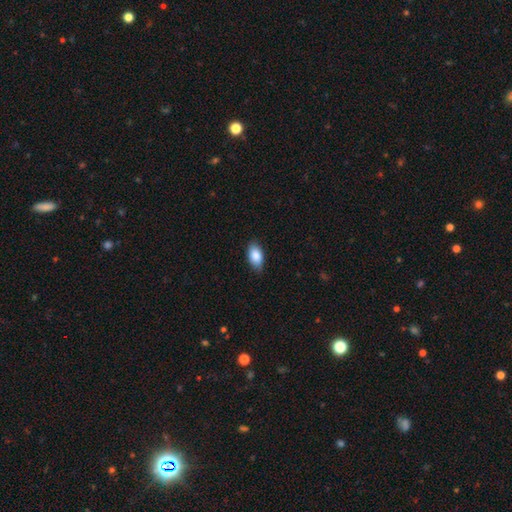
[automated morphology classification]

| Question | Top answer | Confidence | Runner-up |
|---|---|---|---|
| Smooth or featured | smooth | 86% | featured or disk (8%) |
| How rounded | in between | 92% | round (4%) |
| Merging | none | 83% | minor disturbance (14%) |